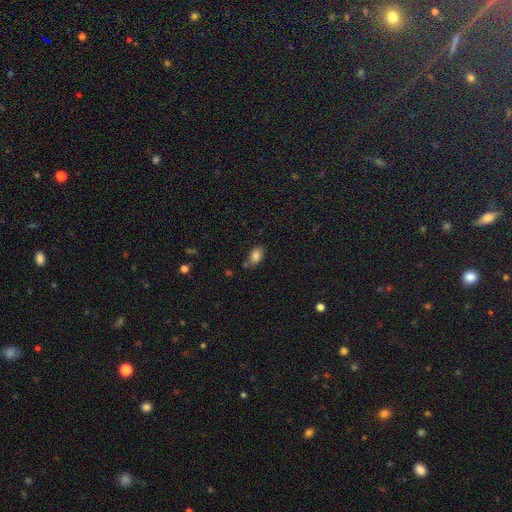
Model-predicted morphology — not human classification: The model was most divided on "merging": none: 68%, minor disturbance: 21%, merger: 7%, major disturbance: 5%. More confident: how rounded — in between (88%); smooth or featured — smooth (82%).